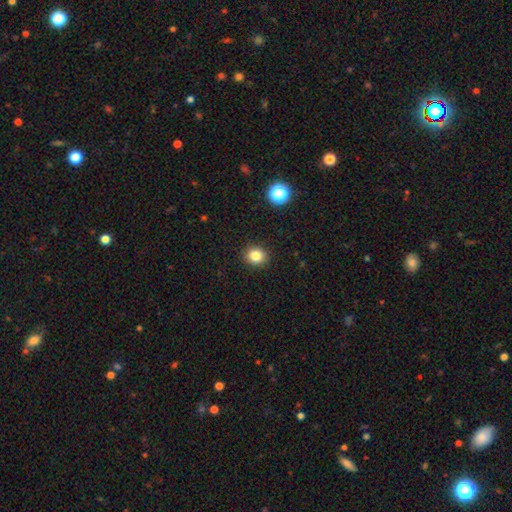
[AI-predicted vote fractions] The model was most divided on "how rounded": round: 72%, in between: 27%, cigar-shaped: 1%. More confident: merging — none (91%); smooth or featured — smooth (83%).